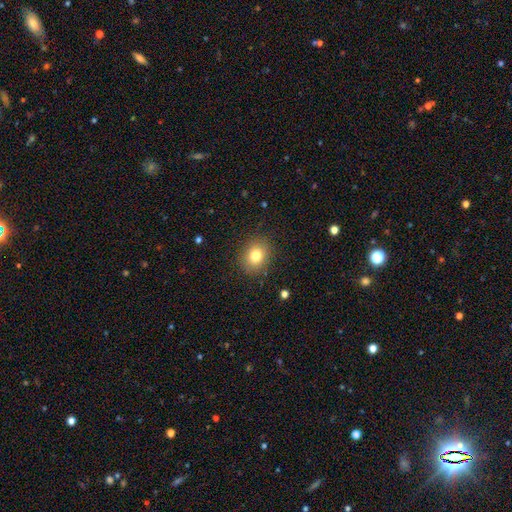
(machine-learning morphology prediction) type=smooth (80%); roundness=round (65%); merging=none (87%).